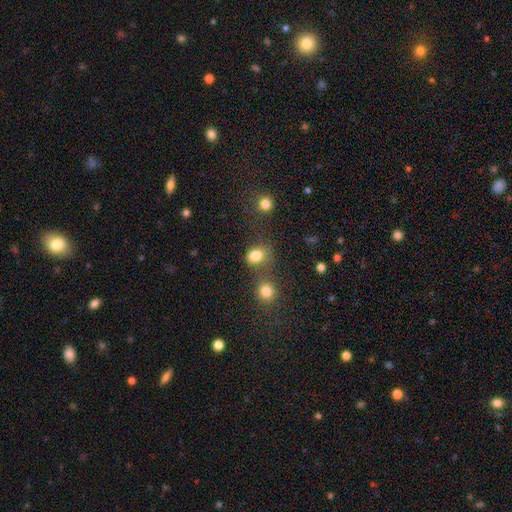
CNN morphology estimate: The model was most divided on "how rounded": in between: 56%, round: 43%, cigar-shaped: 1%. More confident: smooth or featured — smooth (82%); merging — none (54%).